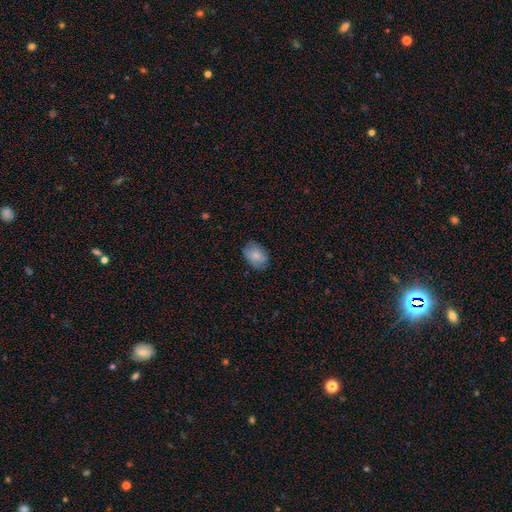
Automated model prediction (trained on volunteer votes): smooth_or_featured: smooth (p=0.83) [alt: featured or disk p=0.10]
how_rounded: in between (p=0.79) [alt: round p=0.19]
merging: none (p=0.78) [alt: minor disturbance p=0.17]